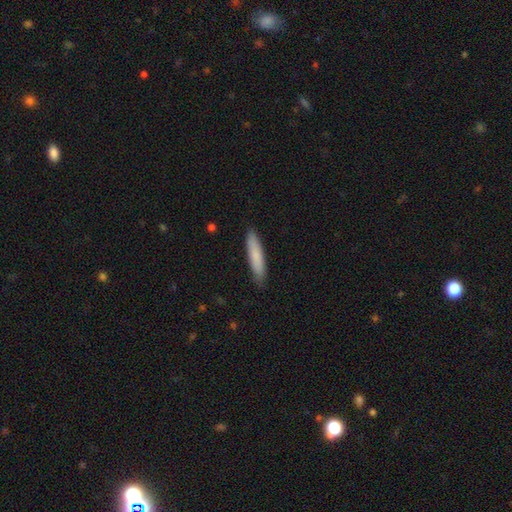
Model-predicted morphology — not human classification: A smooth galaxy with no disk features (82%) that is cigar-shaped (86%). Merging: none (88%).